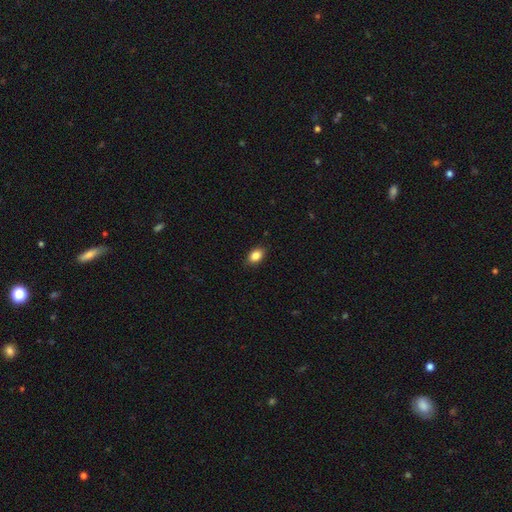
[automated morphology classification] Smooth or featured?
  - smooth: 86% *
  - star or artifact: 8%
  - featured or disk: 6%
How rounded?
  - in between: 85% *
  - round: 13%
  - cigar-shaped: 2%
Merging?
  - none: 88% *
  - minor disturbance: 9%
  - major disturbance: 2%
  - merger: 1%